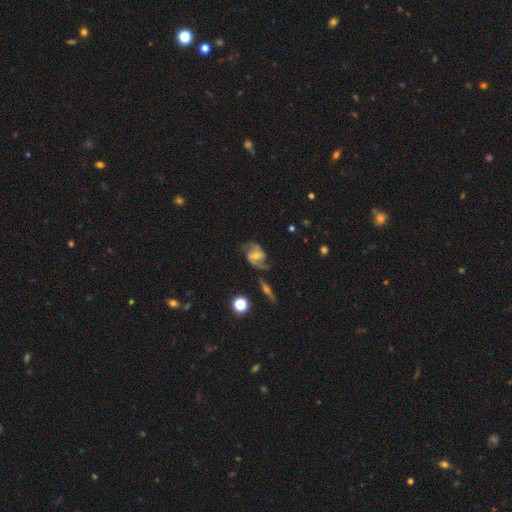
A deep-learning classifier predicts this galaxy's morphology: Overall: featured or disk (88%). Edge-on disk: no (97%). Bar: weak (45%; no 29%). Spiral arms: yes (97%). Spiral arm count: 2 (92%). Spiral winding: medium (53%; loose 30%). Bulge size: moderate (56%; small 38%). Merging: none (74%).